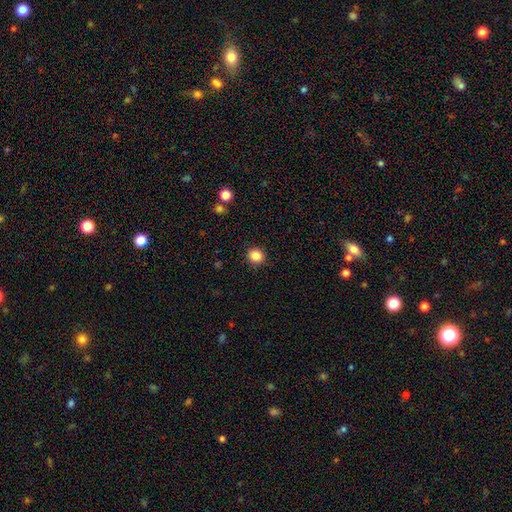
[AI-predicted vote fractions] smooth 86%, star or artifact 11%, featured or disk 4%. Down the decision tree: how rounded — round (86%); merging — none (90%).